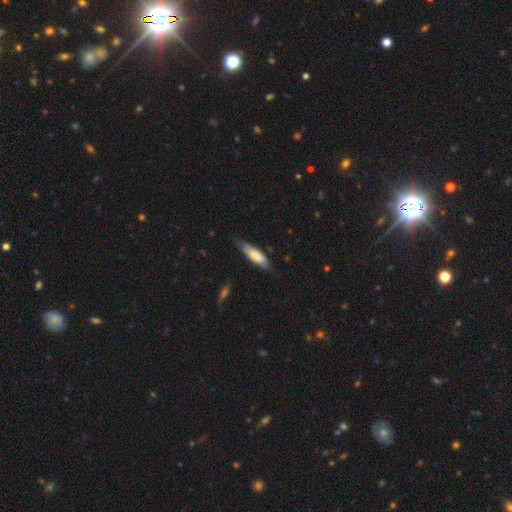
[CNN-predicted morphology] type=smooth (71%); roundness=cigar-shaped (52%); merging=none (69%).